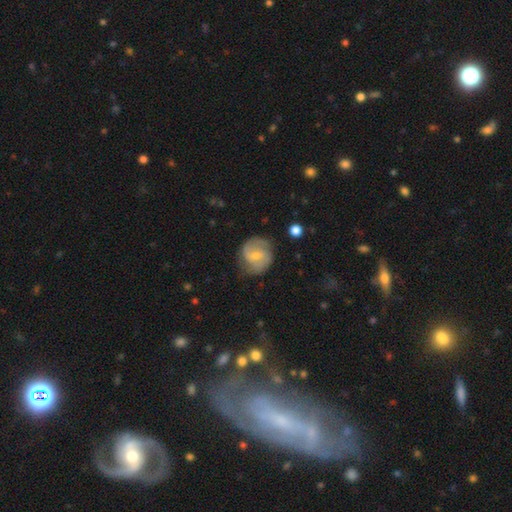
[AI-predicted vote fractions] Smooth or featured: featured or disk — 64% (smooth — 30%)
Edge-on disk: no — 98% (yes — 2%)
Bar: weak — 55% (no — 30%)
Spiral arms: yes — 90% (no — 10%)
Spiral winding: medium — 46% (tight — 27%)
Spiral arm count: 2 — 75% (can't tell — 13%)
Bulge size: small — 53% (moderate — 39%)
Merging: none — 69% (minor disturbance — 22%)